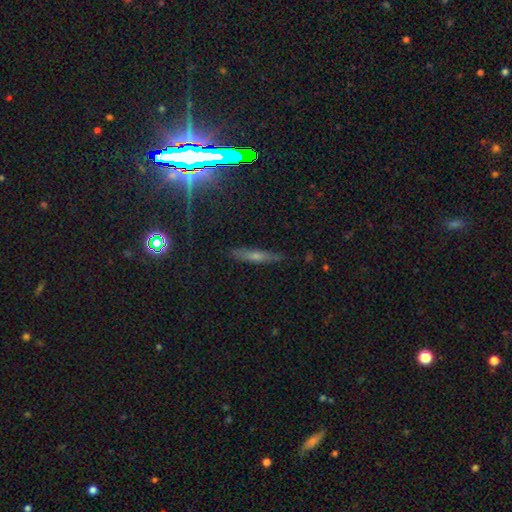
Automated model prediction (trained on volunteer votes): Smooth or featured?
  - featured or disk: 45% *
  - smooth: 32%
  - star or artifact: 23%
Merging?
  - none: 83% *
  - minor disturbance: 12%
  - major disturbance: 3%
  - merger: 2%